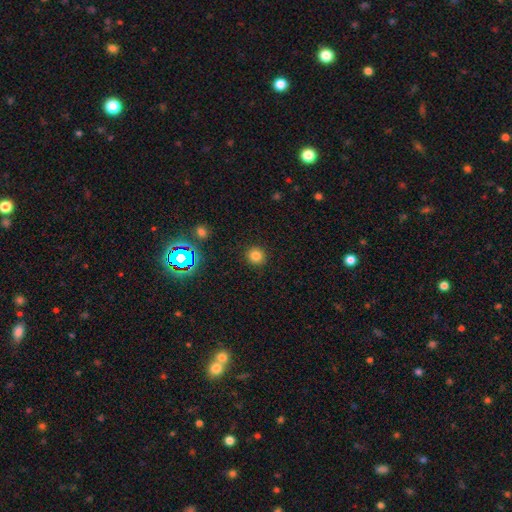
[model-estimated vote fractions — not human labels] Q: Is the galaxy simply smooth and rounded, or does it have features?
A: smooth — 78%.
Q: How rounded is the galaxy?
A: round — 92%.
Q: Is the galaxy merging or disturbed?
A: none — 91%.